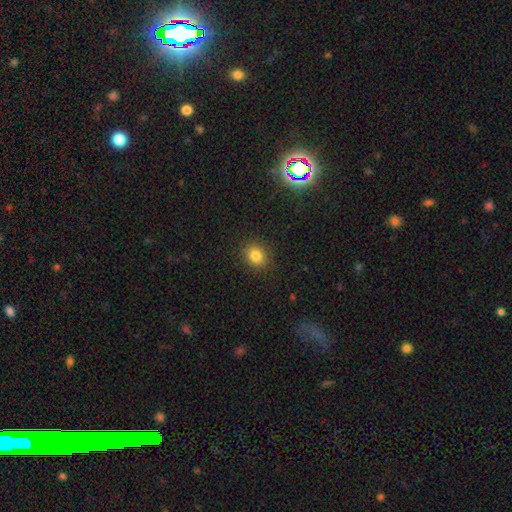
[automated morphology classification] Smooth or featured? smooth (81%)
How rounded? round (70%)
Merging? none (88%)